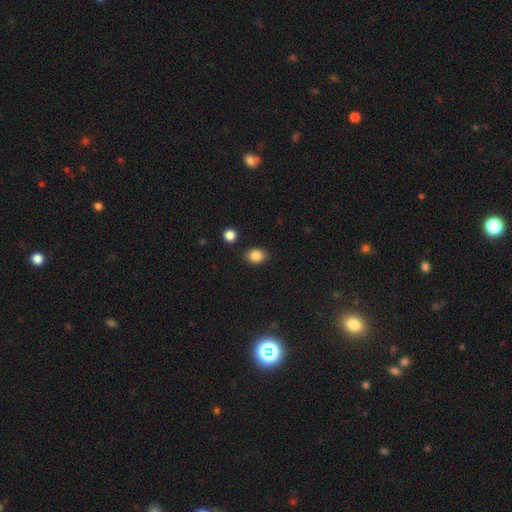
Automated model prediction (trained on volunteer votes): Smooth or featured?
  - smooth: 86% *
  - star or artifact: 9%
  - featured or disk: 5%
How rounded?
  - in between: 64% *
  - round: 34%
  - cigar-shaped: 1%
Merging?
  - none: 85% *
  - minor disturbance: 10%
  - merger: 3%
  - major disturbance: 3%